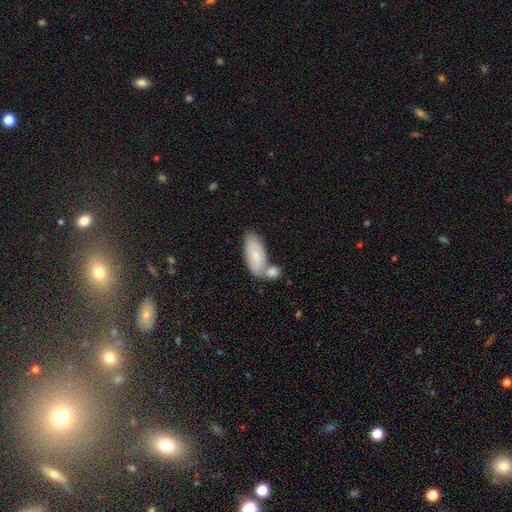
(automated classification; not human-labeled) Smooth or featured? smooth (76%)
How rounded? in between (88%)
Merging? merger (43%)